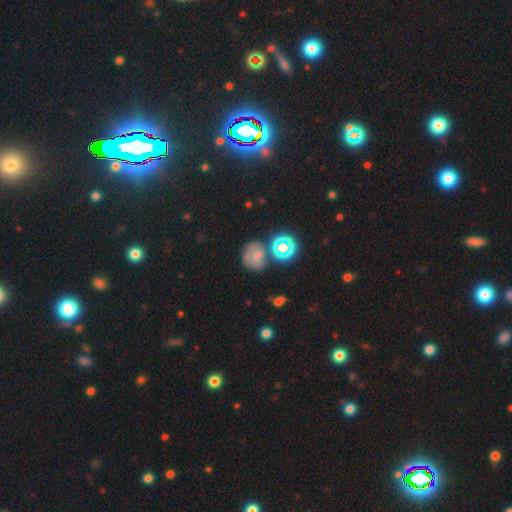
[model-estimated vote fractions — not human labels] The model was most divided on "how rounded": round: 57%, in between: 42%, cigar-shaped: 1%. More confident: smooth or featured — smooth (59%); merging — none (54%).